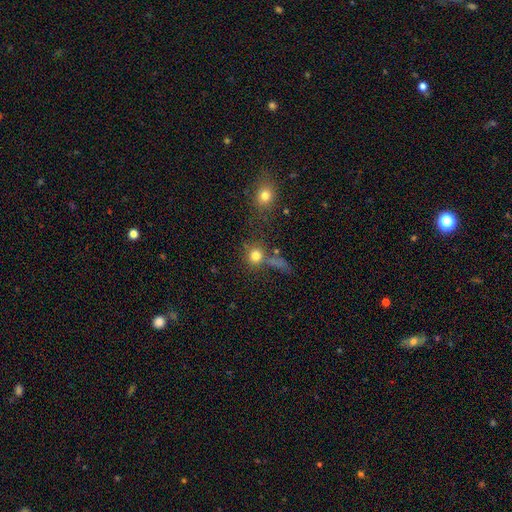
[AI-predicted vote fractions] Smooth or featured? smooth (76%)
How rounded? round (88%)
Merging? none (60%)